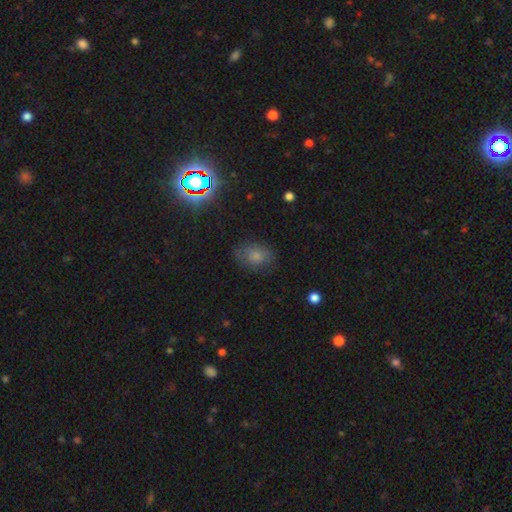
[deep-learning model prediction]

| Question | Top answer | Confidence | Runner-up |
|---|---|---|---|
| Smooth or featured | smooth | 72% | star or artifact (15%) |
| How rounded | in between | 67% | round (32%) |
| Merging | none | 72% | minor disturbance (20%) |